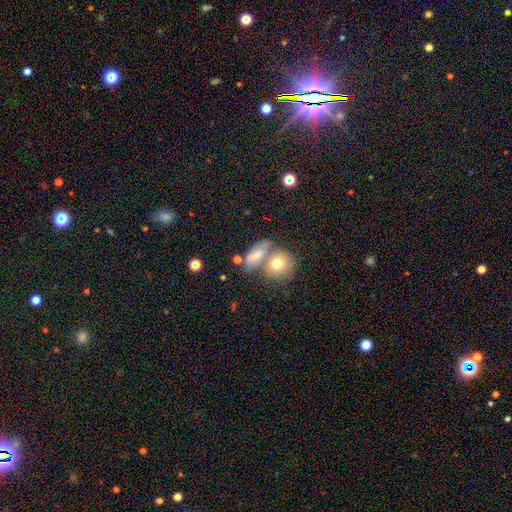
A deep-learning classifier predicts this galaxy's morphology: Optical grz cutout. It shows a smooth galaxy with no disk features (66%) that is in between round and cigar-shaped (66%). Merging: merger (44%).